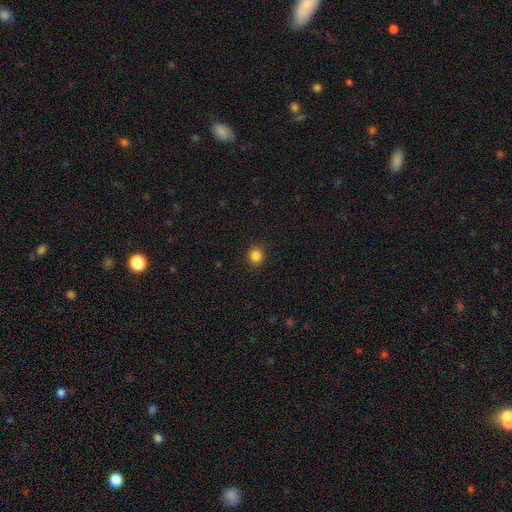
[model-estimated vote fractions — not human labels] Overall: smooth (84%). How rounded: round (82%). Merging: none (88%).